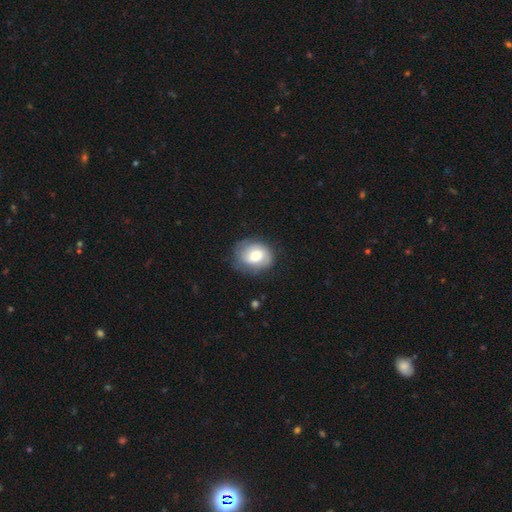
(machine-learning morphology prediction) Smooth or featured? smooth (55%)
How rounded? round (53%)
Merging? none (69%)